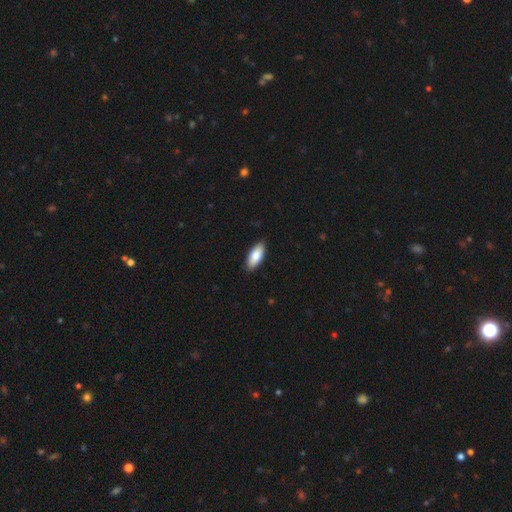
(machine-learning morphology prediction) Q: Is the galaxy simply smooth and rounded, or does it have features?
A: smooth — 84%.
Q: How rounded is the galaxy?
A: in between — 82%.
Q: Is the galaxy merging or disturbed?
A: none — 89%.